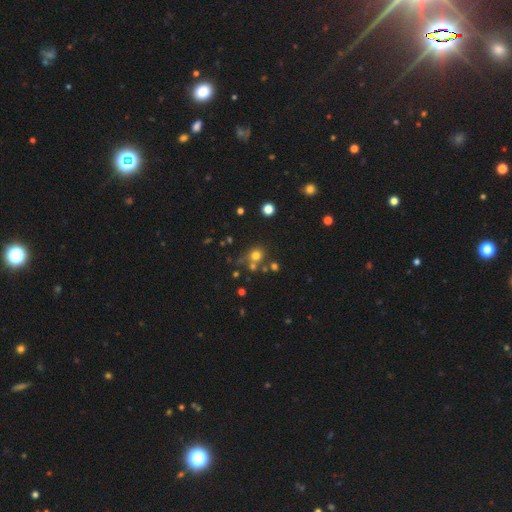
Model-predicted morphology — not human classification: smooth-or-featured: smooth: 70% | star or artifact: 20% | featured or disk: 10%
  how-rounded: round: 85% | in between: 14% | cigar-shaped: 1%
  merging: none: 59% | merger: 23% | minor disturbance: 11% | major disturbance: 6%